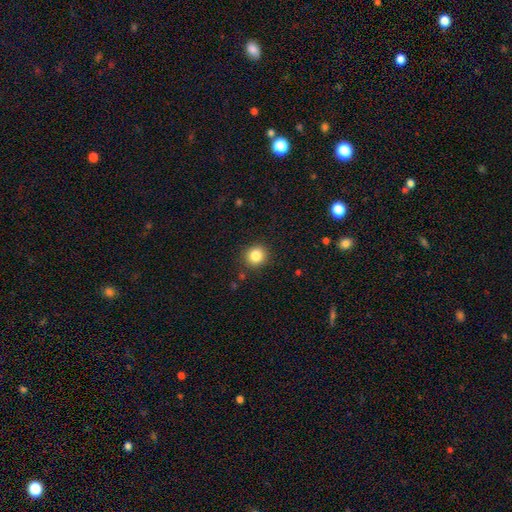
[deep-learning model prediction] smooth_or_featured: smooth (p=0.84) [alt: star or artifact p=0.11]
how_rounded: round (p=0.88) [alt: in between p=0.11]
merging: none (p=0.89) [alt: minor disturbance p=0.07]